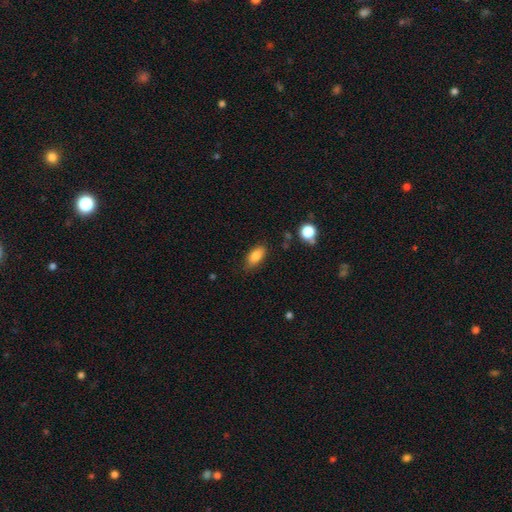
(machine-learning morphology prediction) smooth_or_featured: smooth (p=0.84) [alt: star or artifact p=0.08]
how_rounded: in between (p=0.87) [alt: cigar-shaped p=0.09]
merging: none (p=0.81) [alt: minor disturbance p=0.14]